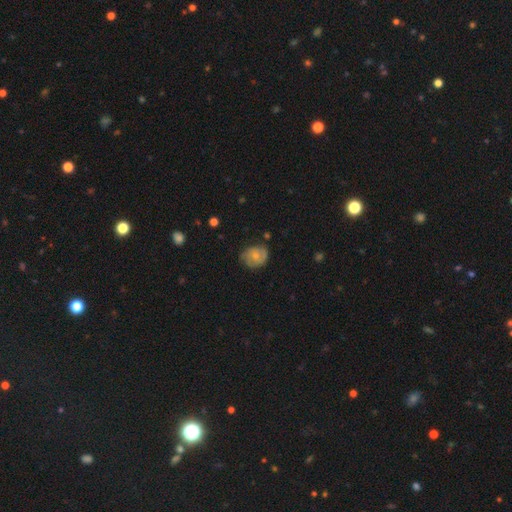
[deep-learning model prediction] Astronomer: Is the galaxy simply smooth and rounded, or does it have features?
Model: featured or disk — 50% (runner-up: smooth, 43%).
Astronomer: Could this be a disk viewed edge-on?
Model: no — 97%.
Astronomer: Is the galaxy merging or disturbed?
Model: none — 63%.